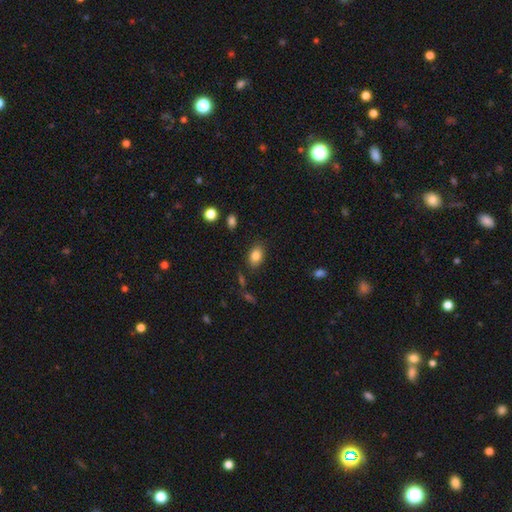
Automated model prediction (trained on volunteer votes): Smooth or featured: smooth — 84% (star or artifact — 9%)
How rounded: in between — 83% (round — 16%)
Merging: none — 83% (minor disturbance — 11%)